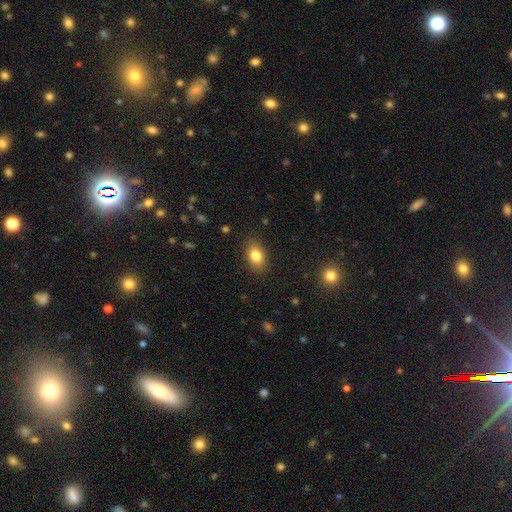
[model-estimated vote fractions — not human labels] The model was most divided on "how rounded": in between: 81%, round: 17%, cigar-shaped: 2%. More confident: merging — none (85%); smooth or featured — smooth (82%).